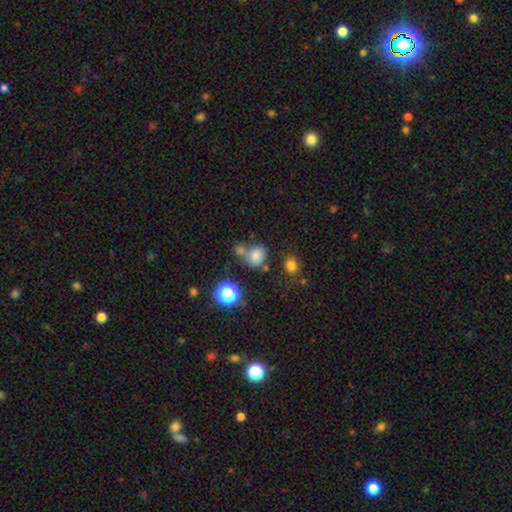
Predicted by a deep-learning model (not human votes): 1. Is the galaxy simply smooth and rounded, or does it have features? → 75% smooth, 18% star or artifact, 7% featured or disk.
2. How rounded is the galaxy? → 61% round, 38% in between, 1% cigar-shaped.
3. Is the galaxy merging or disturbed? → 50% none, 31% merger, 13% minor disturbance, 6% major disturbance.